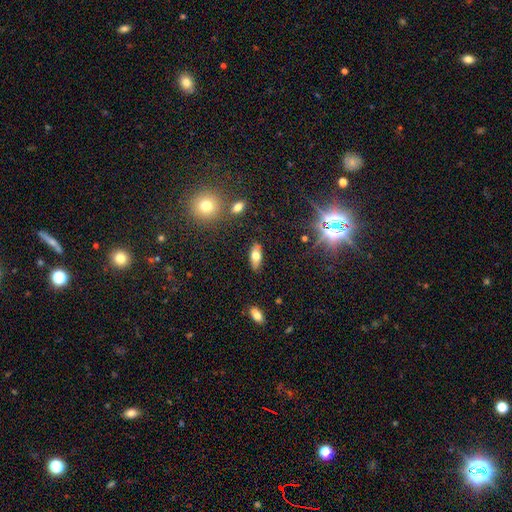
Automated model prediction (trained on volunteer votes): smooth-or-featured: smooth: 64% | featured or disk: 26% | star or artifact: 10%
  how-rounded: in between: 79% | cigar-shaped: 18% | round: 4%
  merging: none: 86% | minor disturbance: 10% | major disturbance: 2% | merger: 2%